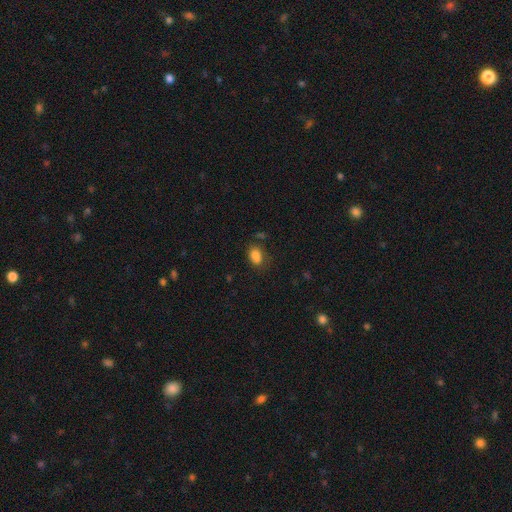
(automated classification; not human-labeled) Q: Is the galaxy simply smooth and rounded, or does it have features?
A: smooth — 84%.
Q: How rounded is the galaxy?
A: in between — 83%.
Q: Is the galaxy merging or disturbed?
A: none — 67%.